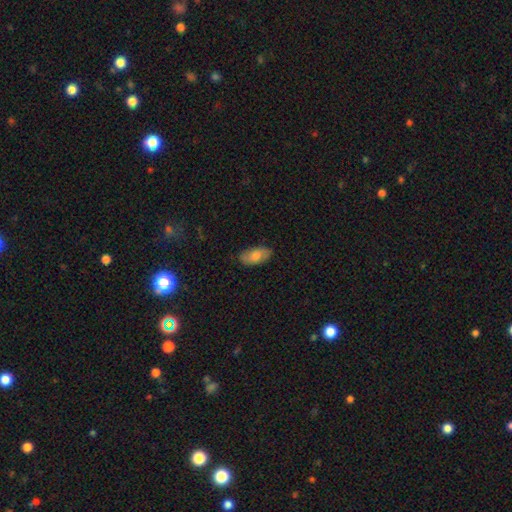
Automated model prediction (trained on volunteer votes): Smooth or featured?
  - smooth: 71% *
  - featured or disk: 22%
  - star or artifact: 7%
How rounded?
  - in between: 93% *
  - cigar-shaped: 4%
  - round: 3%
Merging?
  - none: 82% *
  - minor disturbance: 14%
  - major disturbance: 3%
  - merger: 1%